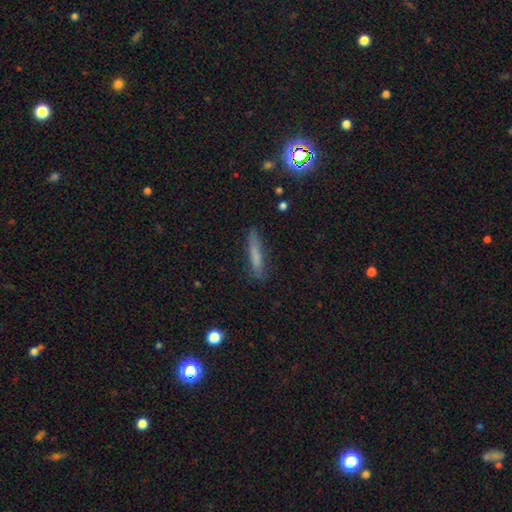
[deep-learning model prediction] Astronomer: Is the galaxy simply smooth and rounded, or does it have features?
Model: smooth — 70%.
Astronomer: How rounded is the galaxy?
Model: cigar-shaped — 90%.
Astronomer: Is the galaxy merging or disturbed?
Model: none — 82%.